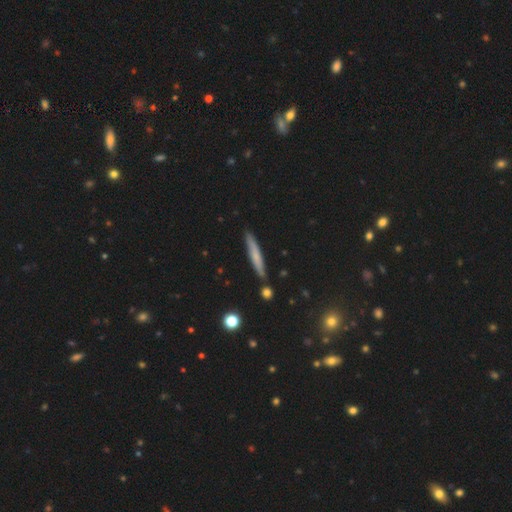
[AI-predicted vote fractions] This appears to be a smooth galaxy with no disk features (59%) that is cigar-shaped (94%). Merging: none (85%).